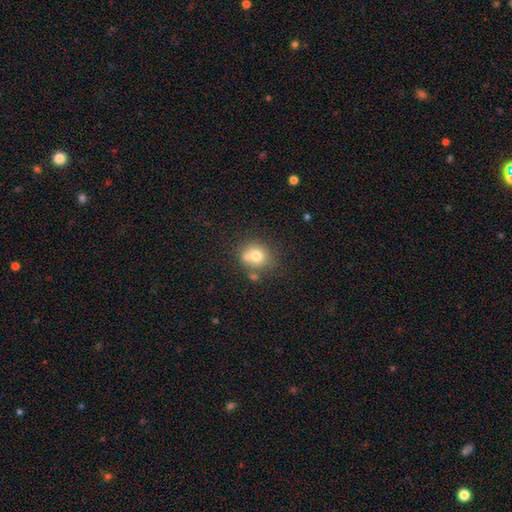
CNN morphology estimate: type=smooth (72%); roundness=round (78%); merging=none (52%).